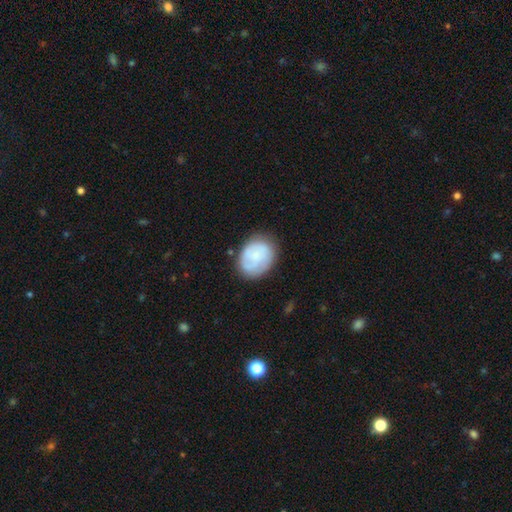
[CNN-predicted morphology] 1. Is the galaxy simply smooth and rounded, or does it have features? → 53% smooth, 40% featured or disk, 7% star or artifact.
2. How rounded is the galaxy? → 56% in between, 43% round, 1% cigar-shaped.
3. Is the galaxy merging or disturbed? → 72% none, 20% minor disturbance, 6% major disturbance, 2% merger.